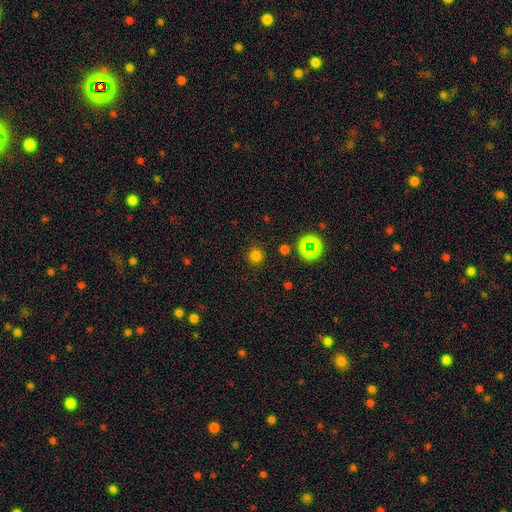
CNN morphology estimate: A smooth galaxy with no disk features (74%) that is round (93%).

Vote fractions:
- Smooth or featured? smooth: 74% / star or artifact: 21% / featured or disk: 4%
- How rounded? round: 93% / in between: 6% / cigar-shaped: 1%
- Merging? none: 88% / minor disturbance: 7% / major disturbance: 3% / merger: 2%